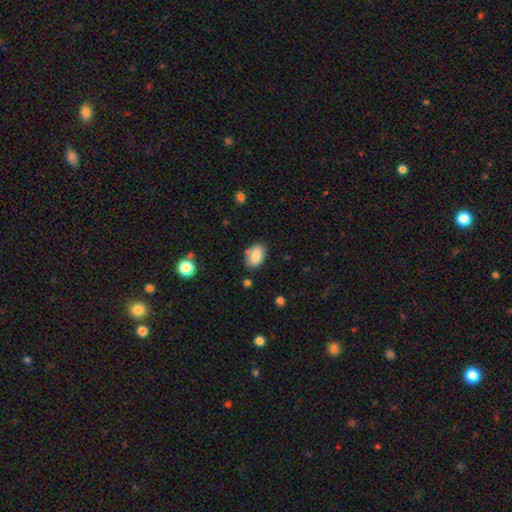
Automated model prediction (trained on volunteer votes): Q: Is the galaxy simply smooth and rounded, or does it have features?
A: smooth — 83%.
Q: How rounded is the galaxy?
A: in between — 91%.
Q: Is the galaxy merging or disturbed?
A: none — 77%.